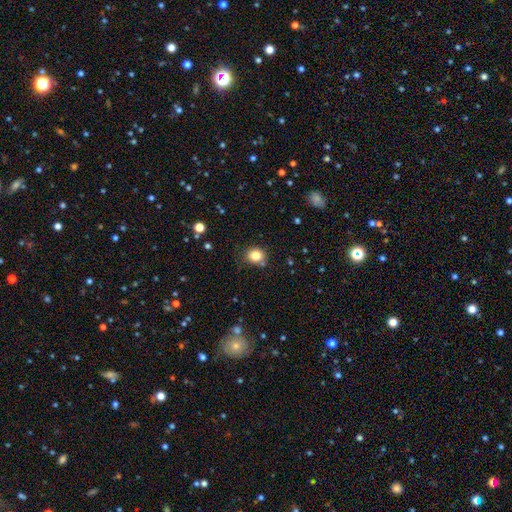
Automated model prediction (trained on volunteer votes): Smooth or featured? Predicted: smooth (p=0.83). How rounded? Predicted: round (p=0.73). Merging? Predicted: none (p=0.80).